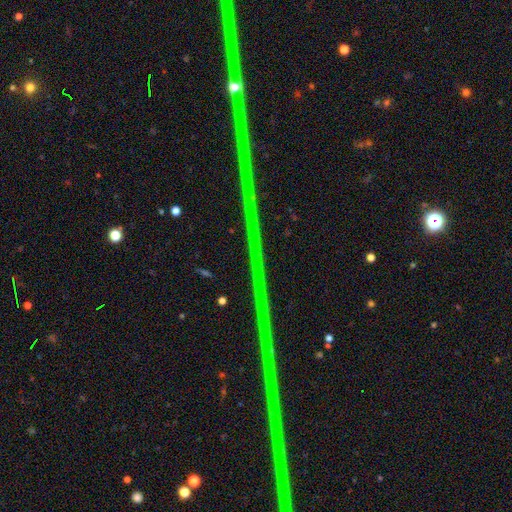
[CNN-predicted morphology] Smooth or featured? Predicted: star or artifact (p=0.89).